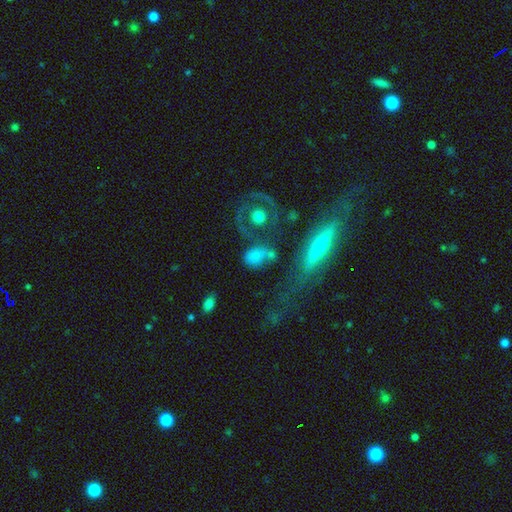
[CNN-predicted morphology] smooth-or-featured: smooth: 60% | featured or disk: 28% | star or artifact: 13%
  how-rounded: in between: 54% | round: 40% | cigar-shaped: 6%
  merging: none: 48% | minor disturbance: 19% | merger: 17% | major disturbance: 16%